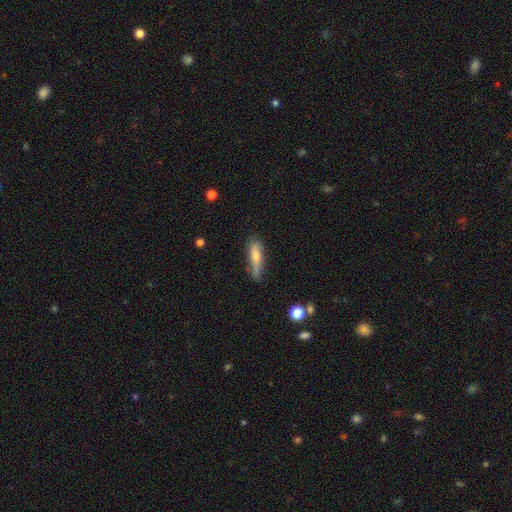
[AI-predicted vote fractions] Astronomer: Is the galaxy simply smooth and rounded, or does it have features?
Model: smooth — 58% (runner-up: featured or disk, 34%).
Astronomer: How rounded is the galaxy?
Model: cigar-shaped — 66%.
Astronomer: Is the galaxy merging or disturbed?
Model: none — 59%.